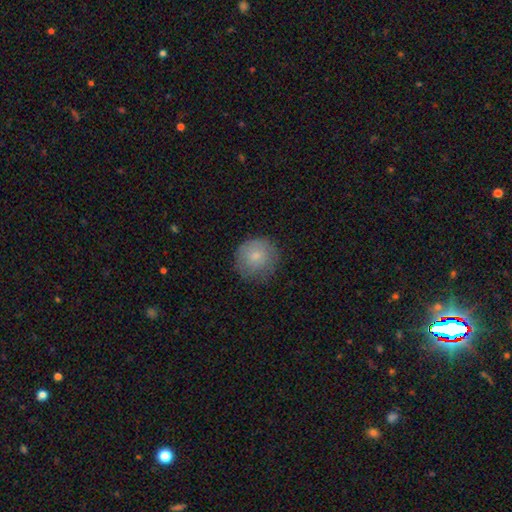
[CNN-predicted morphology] Smooth or featured?
  - smooth: 78% *
  - featured or disk: 14%
  - star or artifact: 8%
How rounded?
  - round: 90% *
  - in between: 9%
  - cigar-shaped: 1%
Merging?
  - none: 75% *
  - minor disturbance: 19%
  - major disturbance: 5%
  - merger: 1%